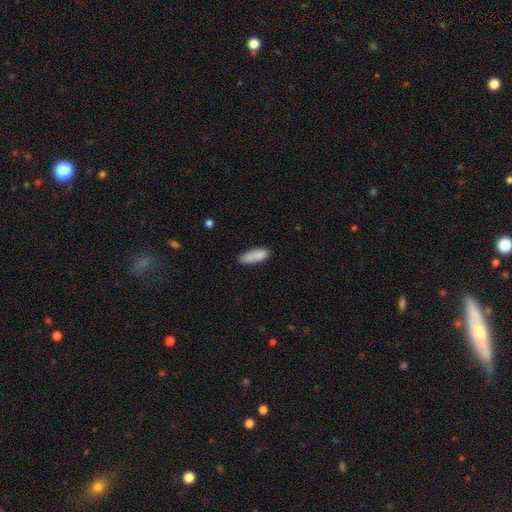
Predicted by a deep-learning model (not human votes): smooth_or_featured: smooth (p=0.86) [alt: featured or disk p=0.08]
how_rounded: in between (p=0.64) [alt: cigar-shaped p=0.34]
merging: none (p=0.71) [alt: minor disturbance p=0.21]